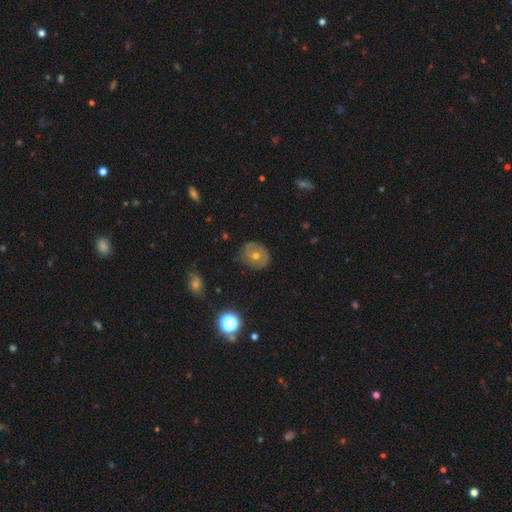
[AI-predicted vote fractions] Smooth or featured?
  - featured or disk: 52% *
  - smooth: 32%
  - star or artifact: 16%
Edge-on disk?
  - no: 96% *
  - yes: 4%
Merging?
  - none: 81% *
  - minor disturbance: 14%
  - major disturbance: 4%
  - merger: 1%